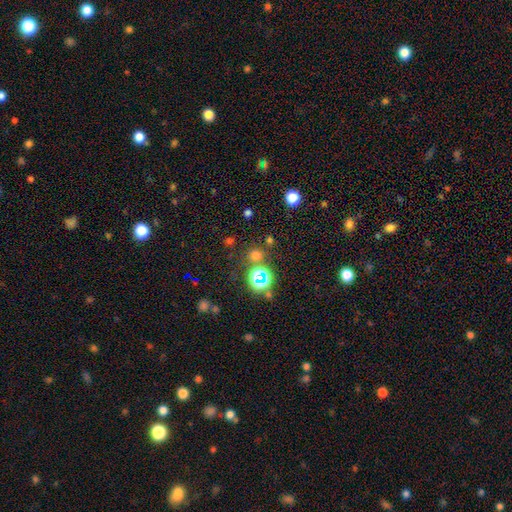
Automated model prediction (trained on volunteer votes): Smooth or featured: smooth — 59% (star or artifact — 35%)
How rounded: round — 91% (in between — 8%)
Merging: none — 79% (merger — 10%)